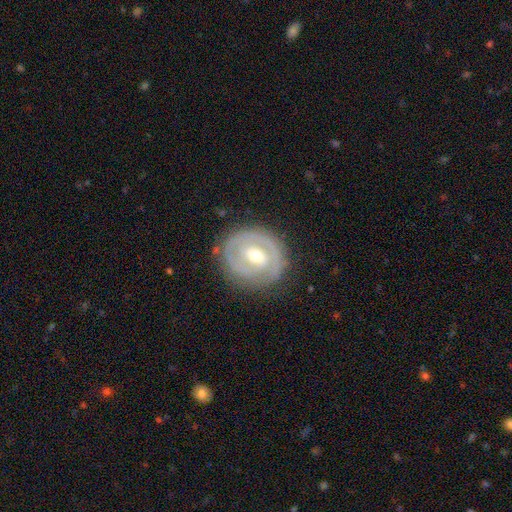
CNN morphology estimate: Smooth or featured? featured or disk (76%)
Edge-on disk? no (96%)
Bar? weak (46%)
Spiral arms? yes (68%)
Bulge size? moderate (65%)
Merging? none (79%)